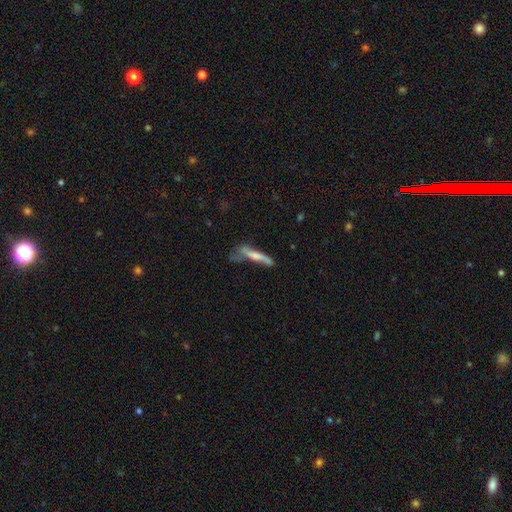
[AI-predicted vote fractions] smooth_or_featured: smooth (p=0.51) [alt: featured or disk p=0.41]
how_rounded: cigar-shaped (p=0.85) [alt: in between p=0.13]
merging: none (p=0.32) [alt: major disturbance p=0.29]